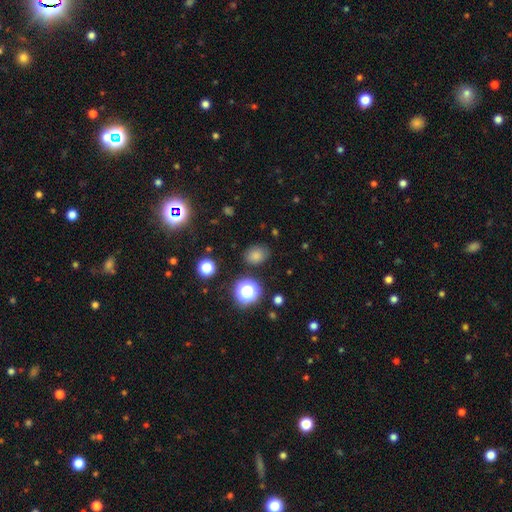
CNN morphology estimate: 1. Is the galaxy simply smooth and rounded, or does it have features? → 75% smooth, 19% star or artifact, 6% featured or disk.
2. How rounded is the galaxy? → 54% in between, 45% round, 1% cigar-shaped.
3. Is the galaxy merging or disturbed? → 80% none, 14% minor disturbance, 4% major disturbance, 2% merger.